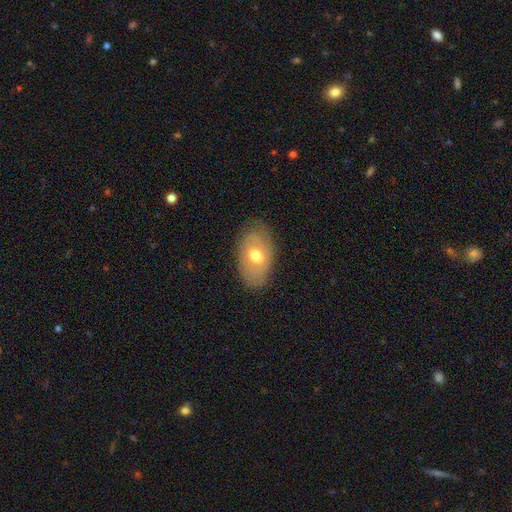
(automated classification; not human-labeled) Smooth or featured: smooth — 54% (featured or disk — 38%)
How rounded: in between — 90% (round — 8%)
Merging: none — 82% (minor disturbance — 14%)